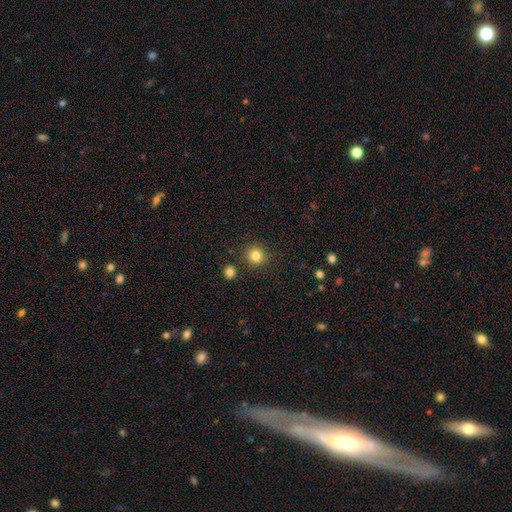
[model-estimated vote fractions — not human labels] Smooth or featured? Predicted: smooth (p=0.83). How rounded? Predicted: round (p=0.92). Merging? Predicted: none (p=0.88).